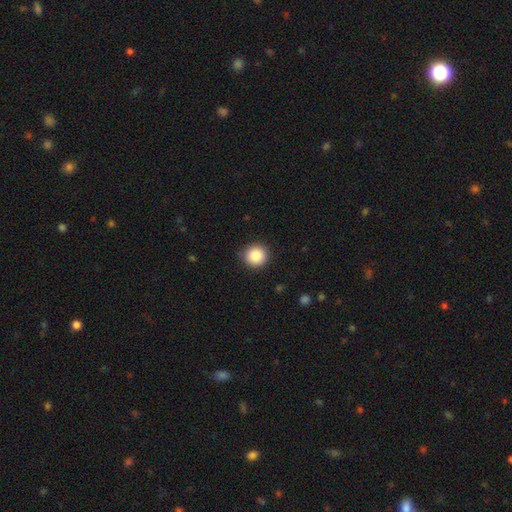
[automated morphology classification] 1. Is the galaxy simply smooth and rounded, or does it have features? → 87% smooth, 9% star or artifact, 4% featured or disk.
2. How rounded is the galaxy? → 94% round, 5% in between, 1% cigar-shaped.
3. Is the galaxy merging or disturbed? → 89% none, 8% minor disturbance, 2% major disturbance, 1% merger.